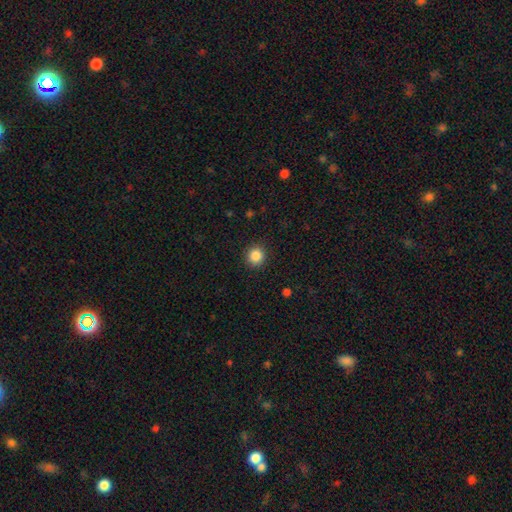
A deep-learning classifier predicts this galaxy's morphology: smooth_or_featured: smooth (p=0.86) [alt: star or artifact p=0.10]
how_rounded: round (p=0.92) [alt: in between p=0.07]
merging: none (p=0.91) [alt: minor disturbance p=0.06]